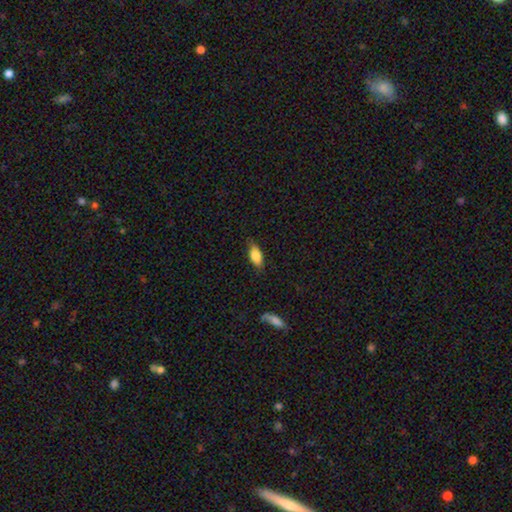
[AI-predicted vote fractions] Overall: smooth (80%). How rounded: in between (84%). Merging: none (75%).